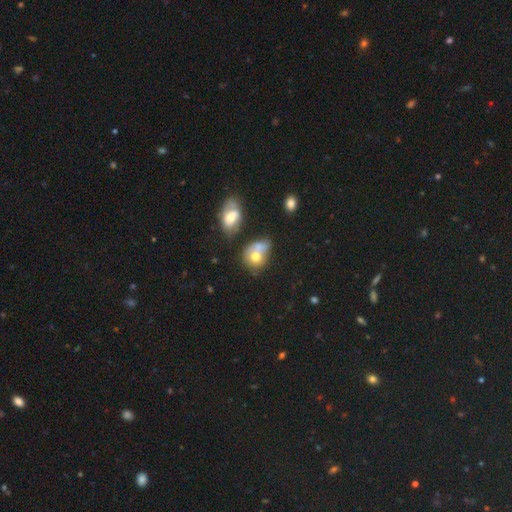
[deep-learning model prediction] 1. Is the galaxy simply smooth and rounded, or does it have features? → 68% smooth, 22% featured or disk, 10% star or artifact.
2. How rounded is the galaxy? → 56% round, 43% in between, 1% cigar-shaped.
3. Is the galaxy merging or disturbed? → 43% merger, 28% none, 17% minor disturbance, 13% major disturbance.